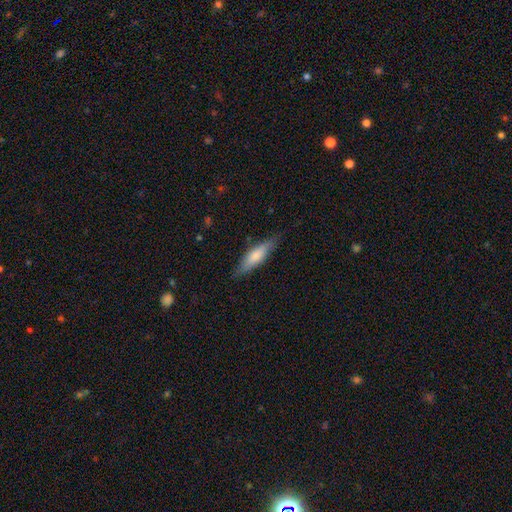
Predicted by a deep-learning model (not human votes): Smooth or featured? Predicted: smooth (p=0.69). How rounded? Predicted: cigar-shaped (p=0.62). Merging? Predicted: none (p=0.80).